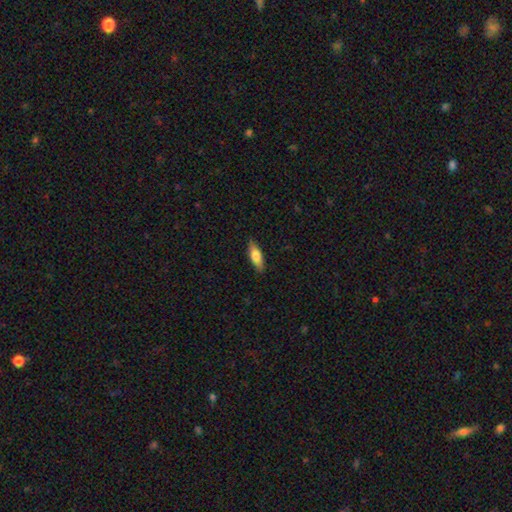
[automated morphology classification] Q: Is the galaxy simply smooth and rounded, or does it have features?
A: smooth — 73%.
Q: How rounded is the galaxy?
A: in between — 62%.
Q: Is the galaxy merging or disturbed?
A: none — 87%.